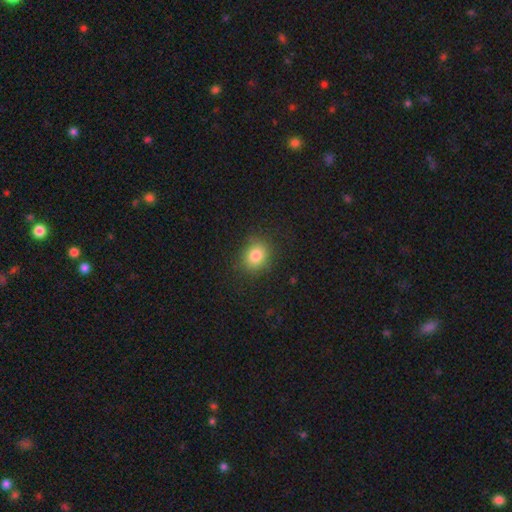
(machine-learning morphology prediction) smooth-or-featured: smooth: 83% | star or artifact: 10% | featured or disk: 7%
  how-rounded: round: 65% | in between: 34% | cigar-shaped: 1%
  merging: none: 81% | minor disturbance: 13% | major disturbance: 4% | merger: 1%